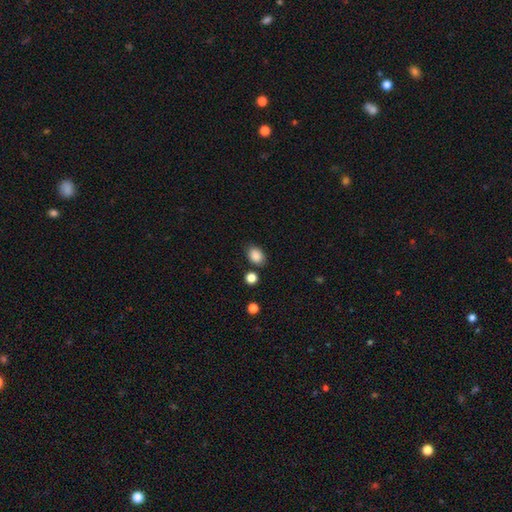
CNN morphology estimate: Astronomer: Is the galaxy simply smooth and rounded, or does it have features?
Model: smooth — 87%.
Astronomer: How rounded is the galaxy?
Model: in between — 65%.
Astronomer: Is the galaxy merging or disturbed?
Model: none — 80%.